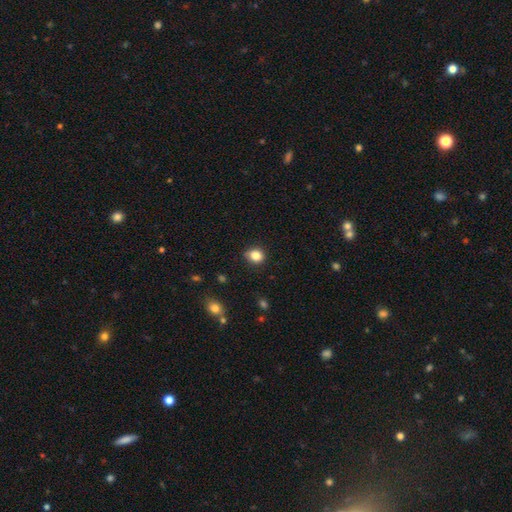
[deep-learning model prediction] Overall: smooth (84%). How rounded: round (67%; in between 32%). Merging: none (82%).